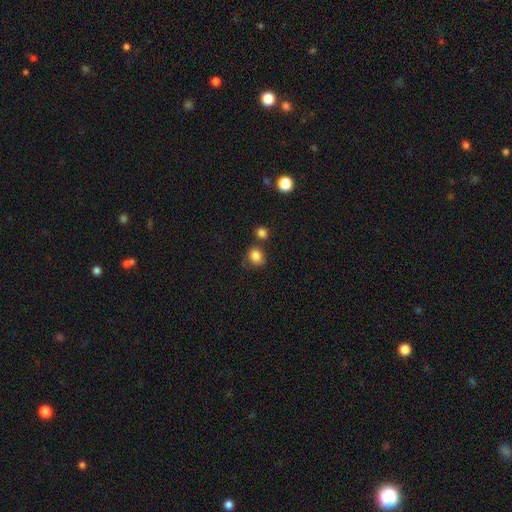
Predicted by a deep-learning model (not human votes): Smooth or featured: smooth — 84% (star or artifact — 11%)
How rounded: round — 76% (in between — 23%)
Merging: none — 62% (minor disturbance — 18%)